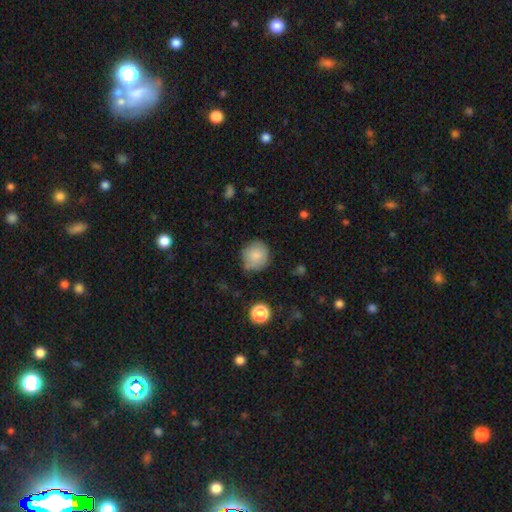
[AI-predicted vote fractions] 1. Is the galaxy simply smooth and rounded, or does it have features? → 83% smooth, 9% star or artifact, 8% featured or disk.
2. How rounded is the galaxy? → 90% round, 9% in between, 1% cigar-shaped.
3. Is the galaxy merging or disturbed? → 76% none, 17% minor disturbance, 4% major disturbance, 3% merger.